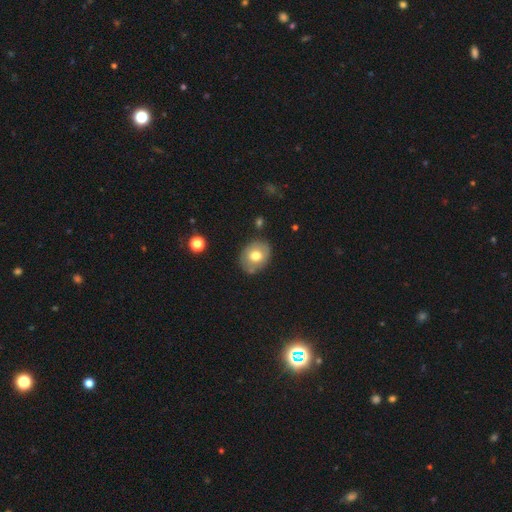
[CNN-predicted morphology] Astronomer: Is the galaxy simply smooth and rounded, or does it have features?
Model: smooth — 68%.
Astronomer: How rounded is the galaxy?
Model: round — 54% (runner-up: in between, 46%).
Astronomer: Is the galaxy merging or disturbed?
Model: none — 77%.